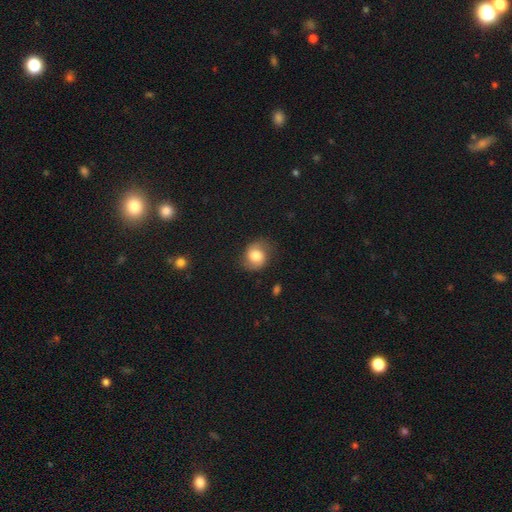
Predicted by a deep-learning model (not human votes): smooth-or-featured: smooth: 60% | featured or disk: 32% | star or artifact: 9%
  how-rounded: round: 67% | in between: 32% | cigar-shaped: 1%
  merging: none: 73% | minor disturbance: 19% | major disturbance: 7% | merger: 1%